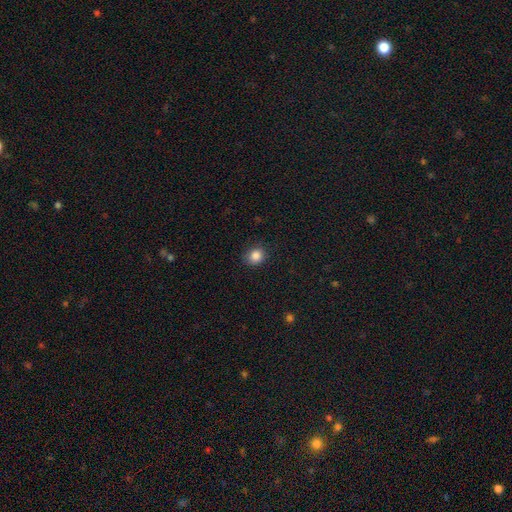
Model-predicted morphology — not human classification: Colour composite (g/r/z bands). It shows a smooth galaxy with no disk features (86%) that is round (80%). Merging: none (87%).